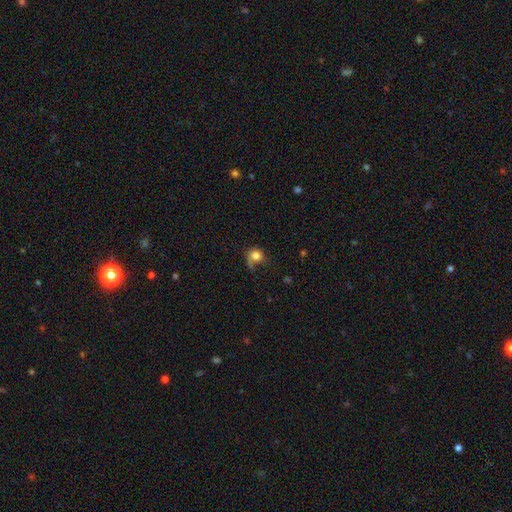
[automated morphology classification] smooth-or-featured: smooth: 74% | featured or disk: 16% | star or artifact: 10%
  how-rounded: round: 76% | in between: 23% | cigar-shaped: 1%
  merging: none: 40% | major disturbance: 30% | minor disturbance: 23% | merger: 7%